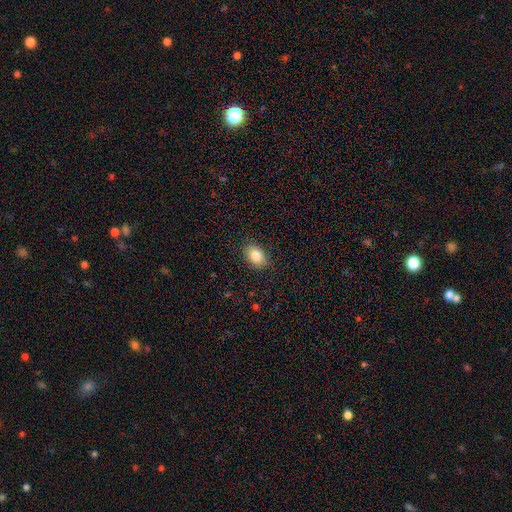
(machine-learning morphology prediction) Overall: smooth (85%). How rounded: in between (80%). Merging: none (85%).